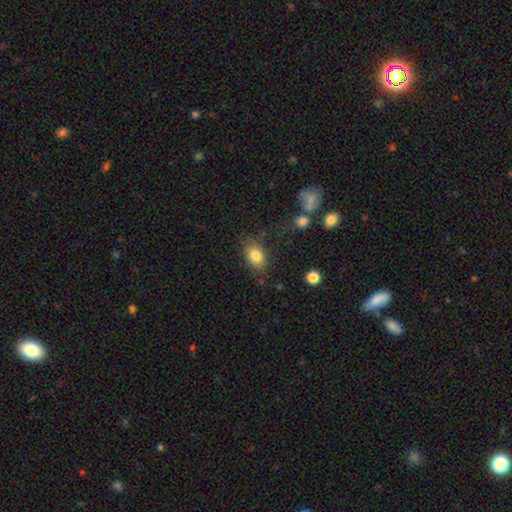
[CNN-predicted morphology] Smooth or featured? smooth (82%)
How rounded? in between (76%)
Merging? none (77%)